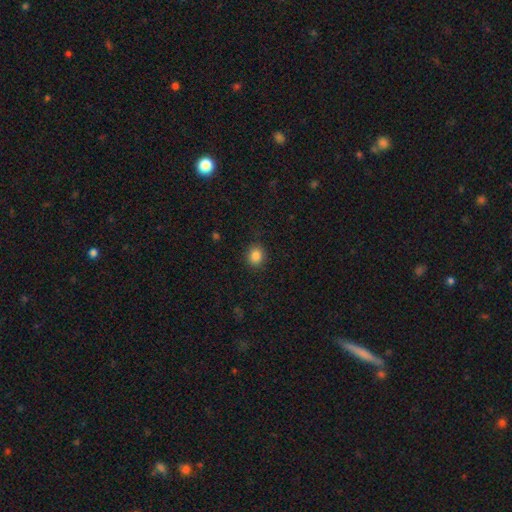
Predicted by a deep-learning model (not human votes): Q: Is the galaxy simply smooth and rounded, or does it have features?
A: smooth — 85%.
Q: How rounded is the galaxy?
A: round — 75%.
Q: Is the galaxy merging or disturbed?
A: none — 89%.